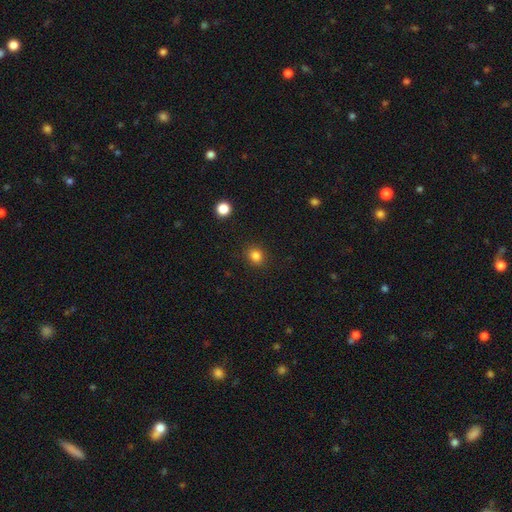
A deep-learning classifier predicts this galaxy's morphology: smooth-or-featured: smooth: 83% | star or artifact: 12% | featured or disk: 4%
  how-rounded: round: 75% | in between: 24% | cigar-shaped: 1%
  merging: none: 89% | minor disturbance: 8% | major disturbance: 2% | merger: 1%